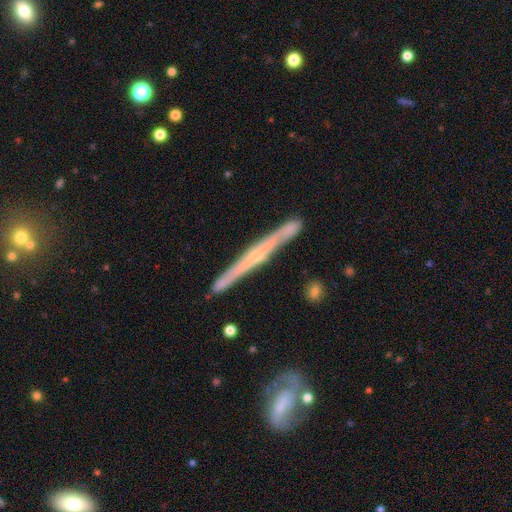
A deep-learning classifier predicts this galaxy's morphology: Smooth or featured?
  - featured or disk: 76% *
  - smooth: 18%
  - star or artifact: 6%
Edge-on disk?
  - yes: 96% *
  - no: 4%
Edge-on bulge?
  - rounded: 53% *
  - none: 41%
  - boxy: 6%
Merging?
  - none: 85% *
  - minor disturbance: 11%
  - merger: 2%
  - major disturbance: 2%